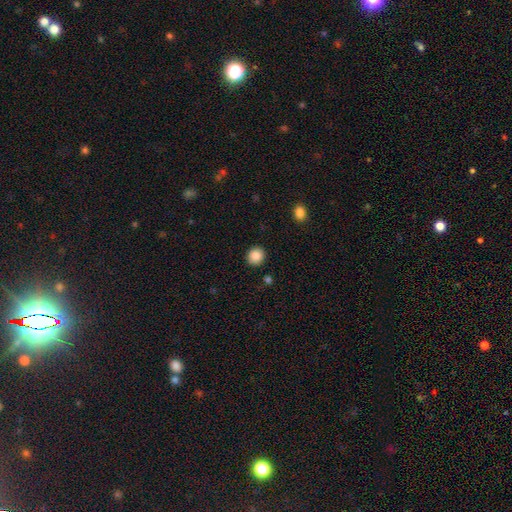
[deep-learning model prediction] Morphology: type=smooth (87%); roundness=round (86%); merging=none (91%).